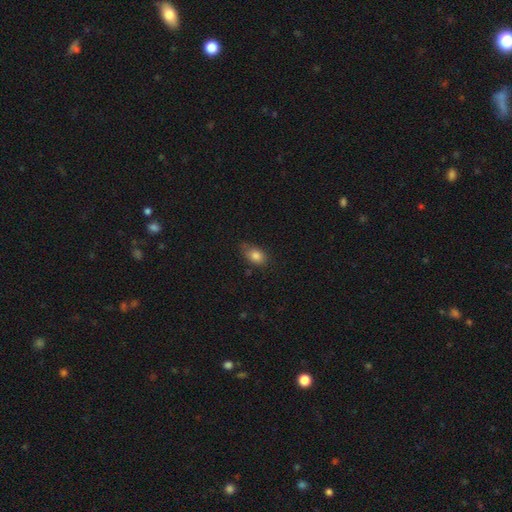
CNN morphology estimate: Overall: smooth (83%). How rounded: in between (83%). Merging: none (65%; minor disturbance 27%).